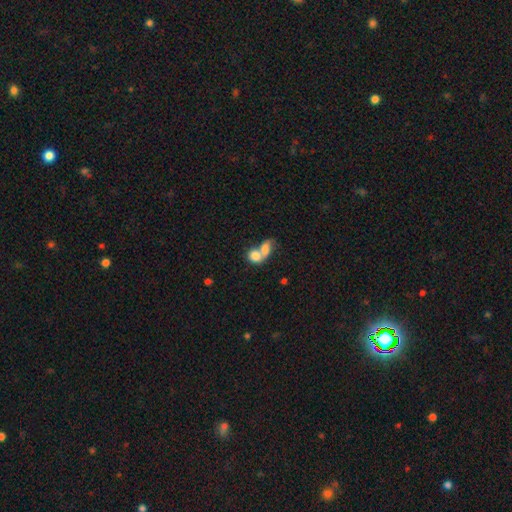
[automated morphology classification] Smooth or featured? smooth (75%)
How rounded? in between (60%)
Merging? merger (76%)